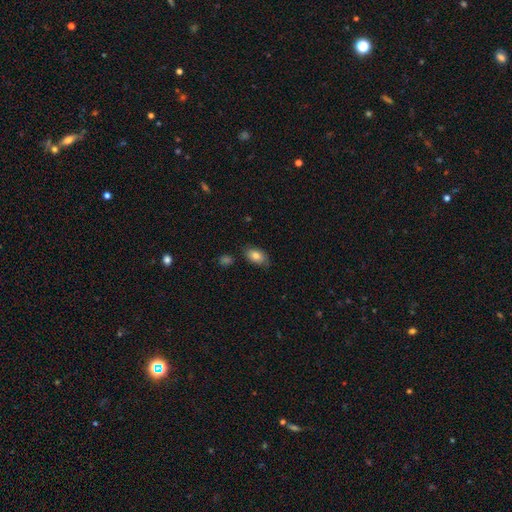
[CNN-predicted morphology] smooth 81%, featured or disk 11%, star or artifact 8%. Down the decision tree: how rounded — in between (91%); merging — none (76%).